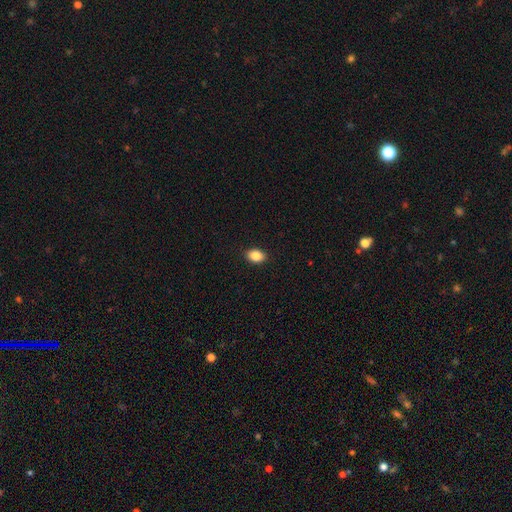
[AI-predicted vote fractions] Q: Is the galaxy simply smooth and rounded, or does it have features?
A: smooth — 87%.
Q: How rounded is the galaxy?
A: in between — 78%.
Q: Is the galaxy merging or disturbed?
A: none — 90%.